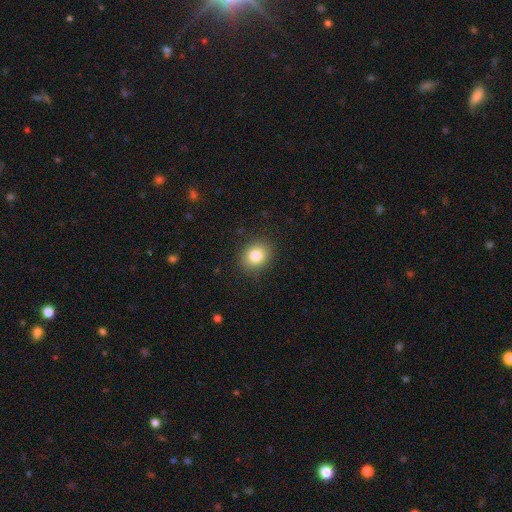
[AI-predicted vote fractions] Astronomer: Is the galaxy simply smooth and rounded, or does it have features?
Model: smooth — 82%.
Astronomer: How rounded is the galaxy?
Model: round — 61% (runner-up: in between, 38%).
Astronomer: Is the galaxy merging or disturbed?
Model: none — 87%.